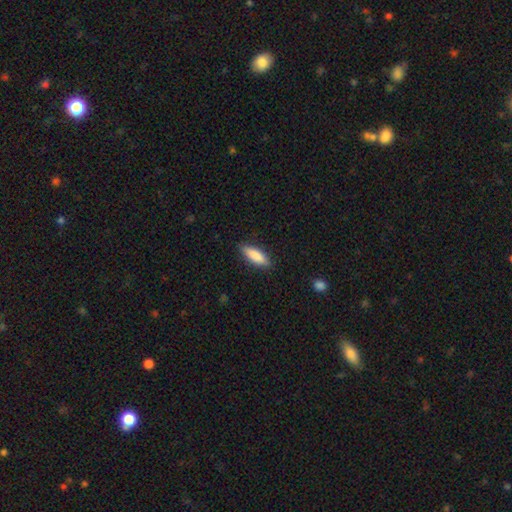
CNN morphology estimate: A smooth galaxy with no disk features (83%) that is cigar-shaped (49%, tied with in between).

Vote fractions:
- Smooth or featured? smooth: 83% / featured or disk: 11% / star or artifact: 6%
- How rounded? cigar-shaped: 49% (tied) / in between: 49% (tied) / round: 2%
- Merging? none: 86% / minor disturbance: 10% / major disturbance: 2% / merger: 1%